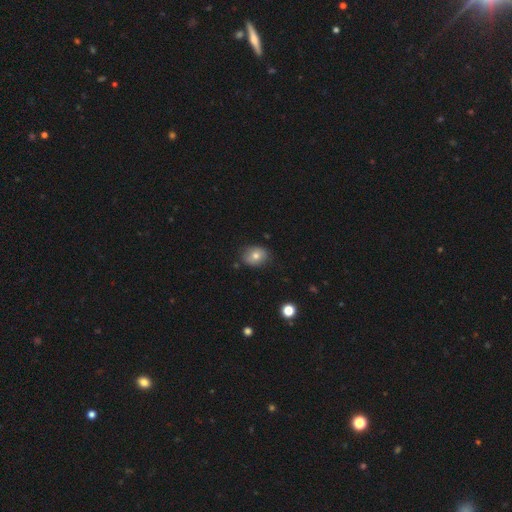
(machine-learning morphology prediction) A smooth galaxy with no disk features (74%) that is in between round and cigar-shaped (54%). Merging: none (78%).